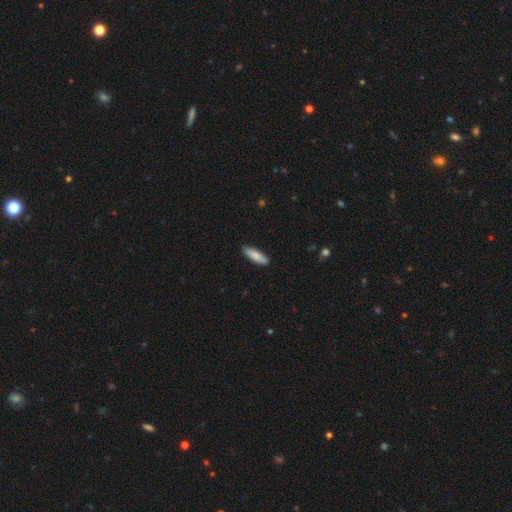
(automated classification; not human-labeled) The model was most divided on "how rounded": cigar-shaped: 61%, in between: 38%, round: 2%. More confident: merging — none (90%); smooth or featured — smooth (84%).